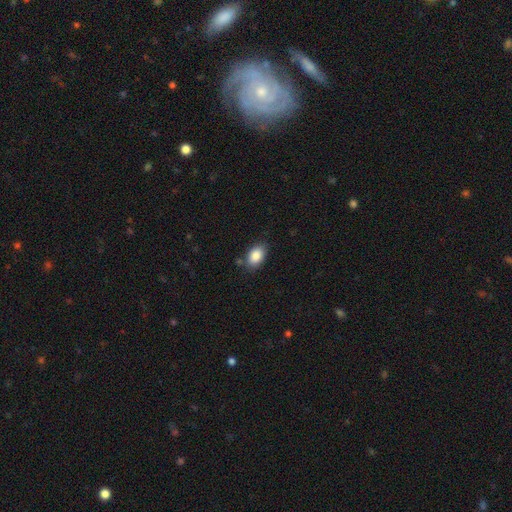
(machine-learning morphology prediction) smooth-or-featured: smooth: 87% | star or artifact: 8% | featured or disk: 6%
  how-rounded: in between: 87% | round: 12% | cigar-shaped: 1%
  merging: none: 78% | minor disturbance: 16% | merger: 3% | major disturbance: 3%